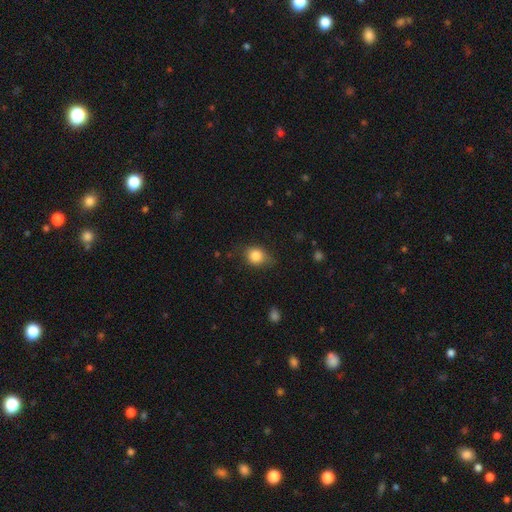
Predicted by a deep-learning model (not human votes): Smooth or featured? smooth (83%)
How rounded? round (58%)
Merging? none (69%)